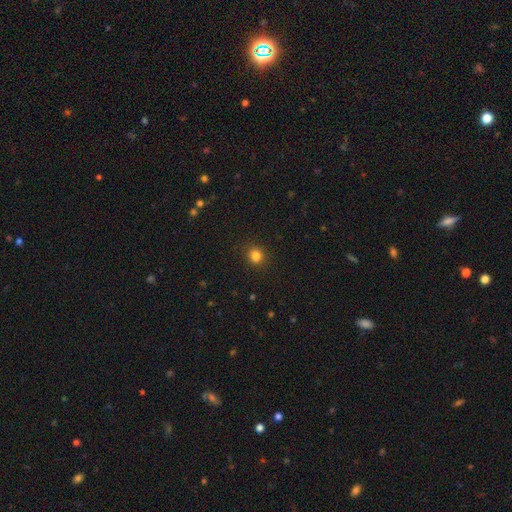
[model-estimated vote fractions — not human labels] smooth_or_featured: smooth (p=0.82) [alt: star or artifact p=0.14]
how_rounded: round (p=0.82) [alt: in between p=0.17]
merging: none (p=0.89) [alt: minor disturbance p=0.07]